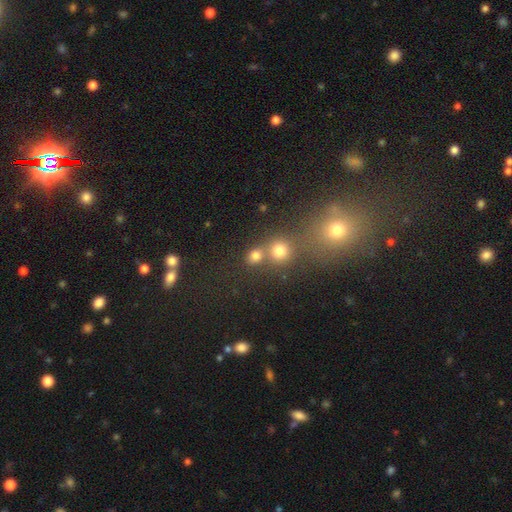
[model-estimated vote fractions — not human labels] A smooth galaxy with no disk features (76%) that is round (76%). Merging: none (56%).